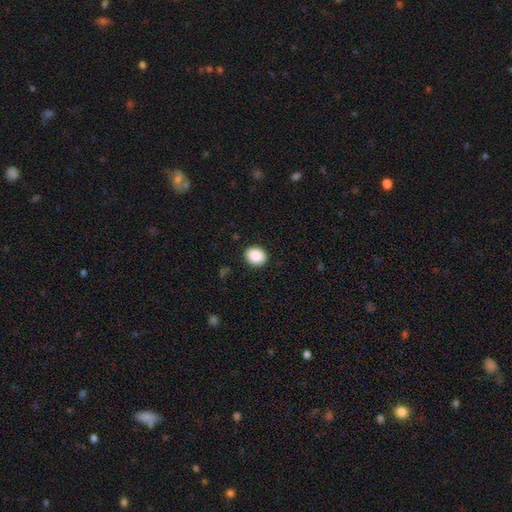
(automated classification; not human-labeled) The model was most divided on "how rounded": round: 61%, in between: 38%, cigar-shaped: 1%. More confident: merging — none (90%); smooth or featured — smooth (89%).